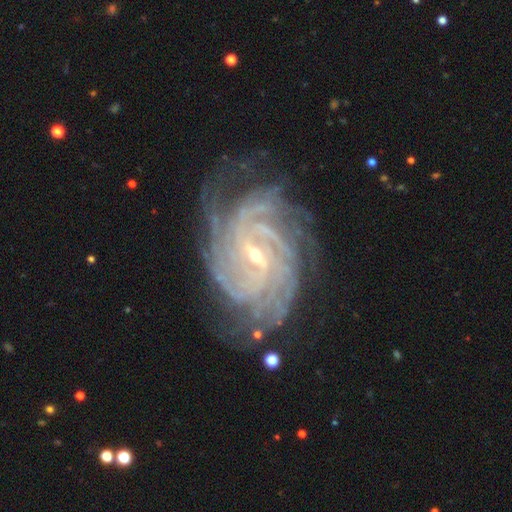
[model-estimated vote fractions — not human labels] This appears to be a featured or disk galaxy (92%) with a weak bar (49%), more than 4 (32%) tight (75%) spiral arms (98%) and a small central bulge (71%). Merging: none (70%).